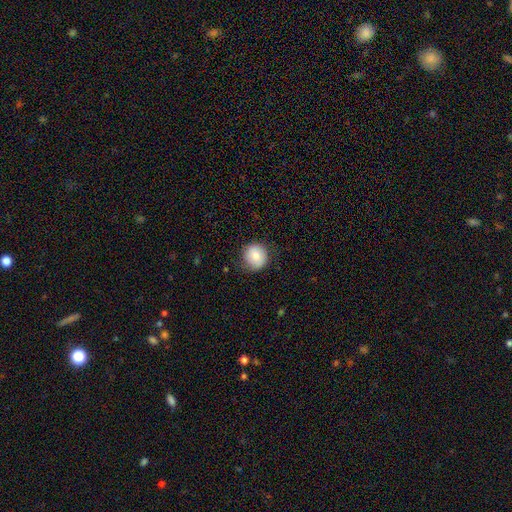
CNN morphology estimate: Smooth or featured? smooth (77%)
How rounded? round (90%)
Merging? none (80%)